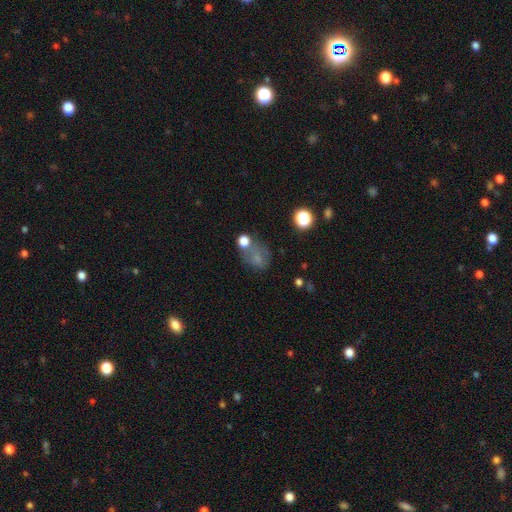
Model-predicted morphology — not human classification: Smooth or featured? Predicted: smooth (p=0.57). How rounded? Predicted: round (p=0.52). Merging? Predicted: none (p=0.47).